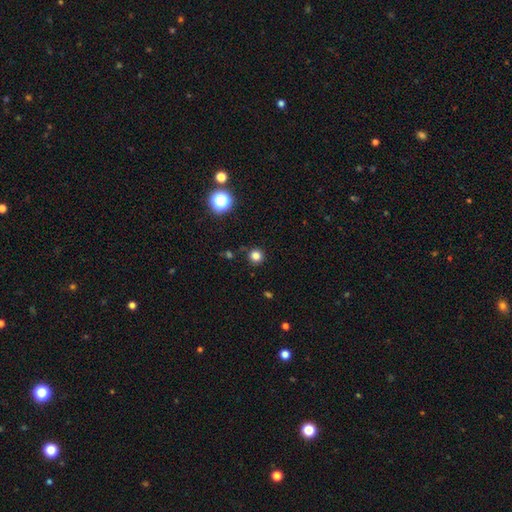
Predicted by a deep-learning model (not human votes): Overall: smooth (80%). How rounded: round (95%). Merging: none (89%).